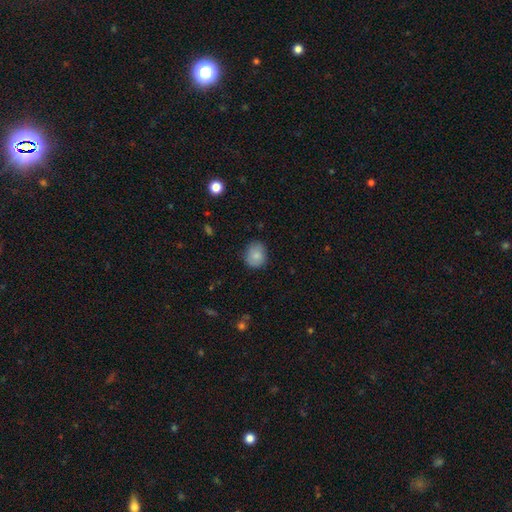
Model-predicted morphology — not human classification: The model was most divided on "how rounded": round: 69%, in between: 30%, cigar-shaped: 1%. More confident: smooth or featured — smooth (85%); merging — none (80%).